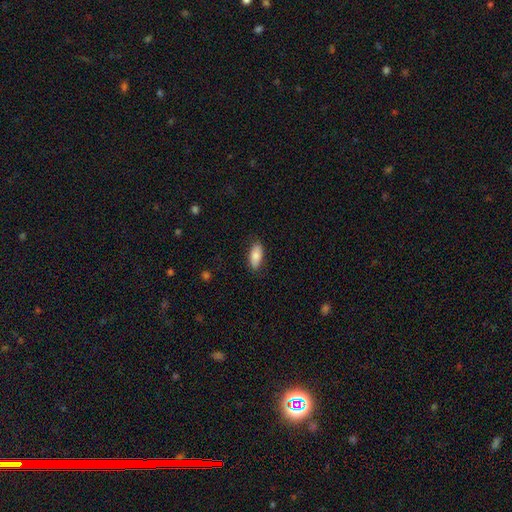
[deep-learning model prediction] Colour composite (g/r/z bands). It shows a smooth galaxy with no disk features (84%) that is in between round and cigar-shaped (86%). Merging: none (85%).